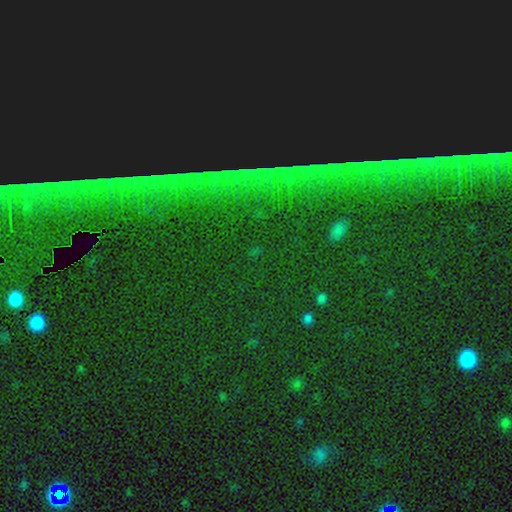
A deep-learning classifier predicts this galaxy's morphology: This appears to be a star or artifact, not a galaxy (86%).